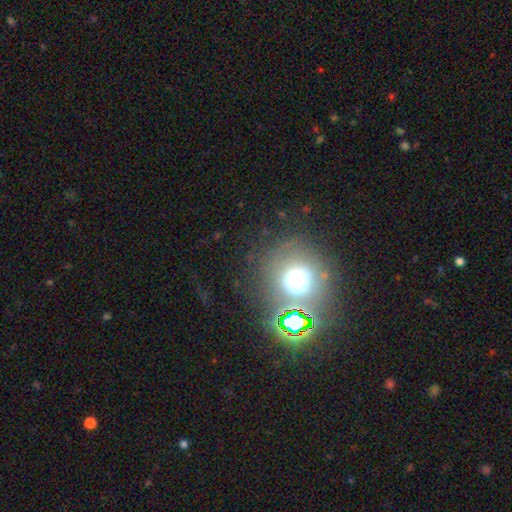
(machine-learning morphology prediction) Smooth or featured: smooth — 45% (star or artifact — 43%)
Merging: none — 61% (merger — 25%)